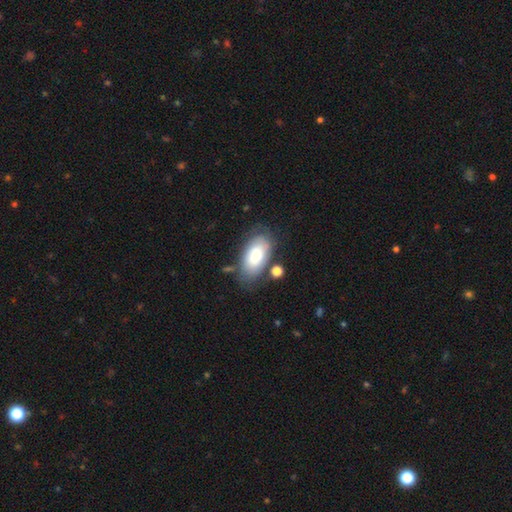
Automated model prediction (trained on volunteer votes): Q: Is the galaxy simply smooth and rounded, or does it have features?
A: smooth — 77%.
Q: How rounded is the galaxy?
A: in between — 94%.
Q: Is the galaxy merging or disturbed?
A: none — 64%.